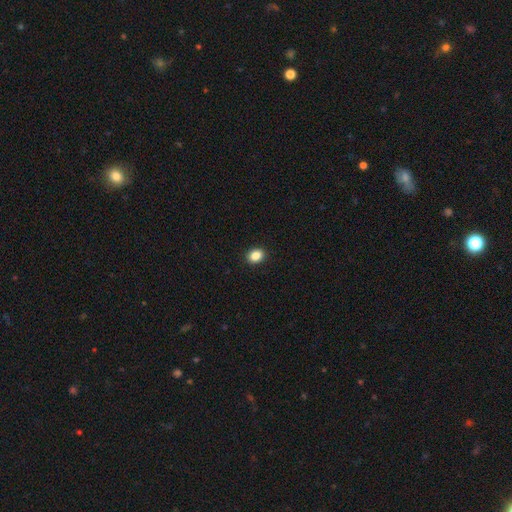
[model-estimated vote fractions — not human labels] A smooth galaxy with no disk features (87%) that is in between round and cigar-shaped (51%). Merging: none (92%).